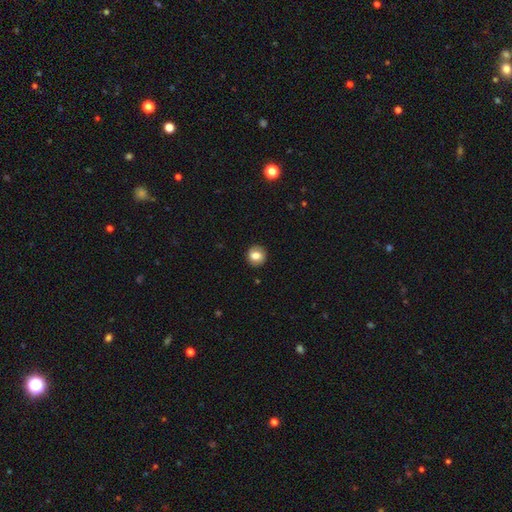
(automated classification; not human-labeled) Smooth or featured? Predicted: smooth (p=0.74). How rounded? Predicted: round (p=0.85). Merging? Predicted: none (p=0.88).